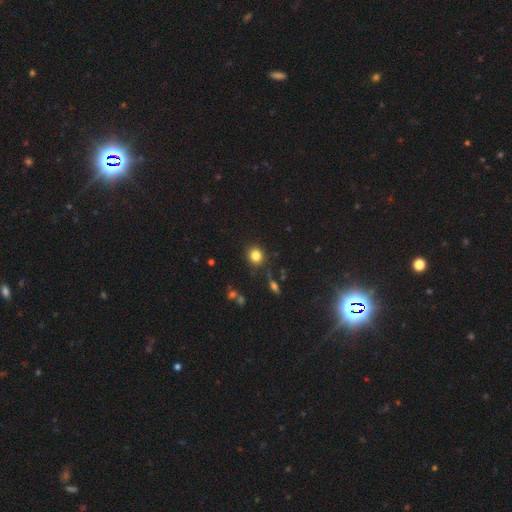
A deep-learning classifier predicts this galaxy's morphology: Smooth or featured?
  - smooth: 83% *
  - star or artifact: 12%
  - featured or disk: 6%
How rounded?
  - round: 84% *
  - in between: 15%
  - cigar-shaped: 1%
Merging?
  - none: 86% *
  - minor disturbance: 8%
  - major disturbance: 3%
  - merger: 3%